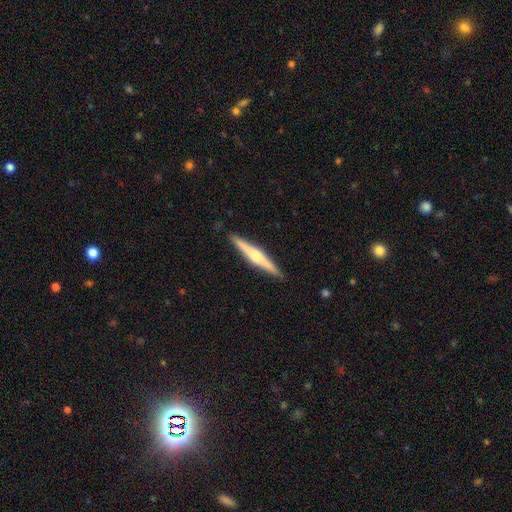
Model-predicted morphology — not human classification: Smooth or featured? featured or disk (66%)
Edge-on disk? yes (98%)
Edge-on bulge? rounded (78%)
Merging? none (91%)